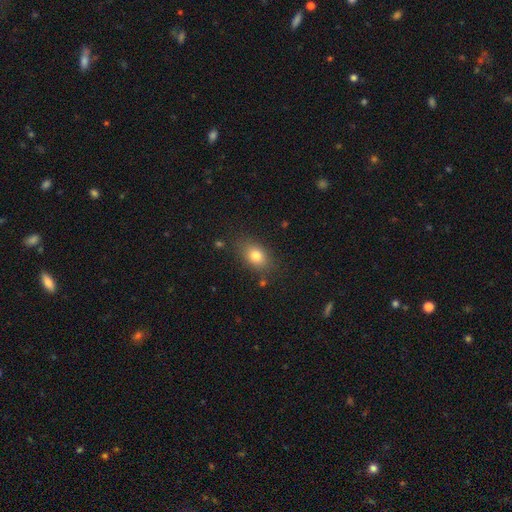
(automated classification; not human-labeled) This appears to be a smooth galaxy with no disk features (78%) that is in between round and cigar-shaped (75%). Merging: none (80%).